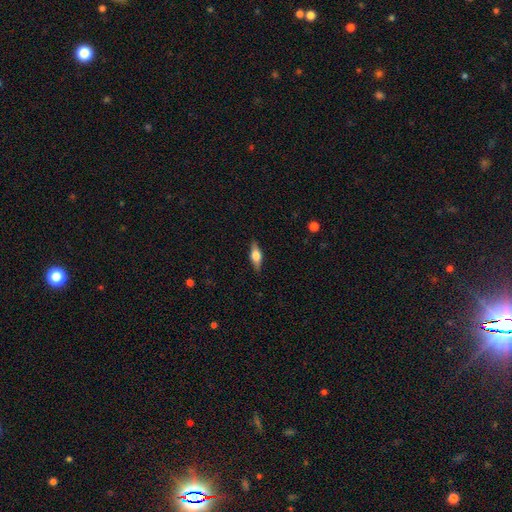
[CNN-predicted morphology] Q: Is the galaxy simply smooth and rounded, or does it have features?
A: smooth — 48%.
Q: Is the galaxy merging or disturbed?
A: none — 86%.